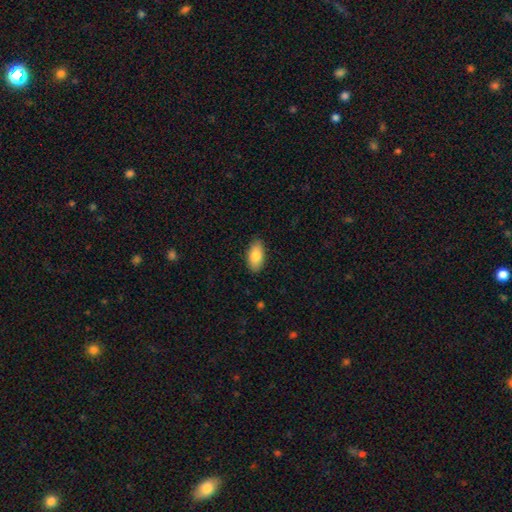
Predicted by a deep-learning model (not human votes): The model was most divided on "smooth or featured": smooth: 83%, featured or disk: 11%, star or artifact: 6%. More confident: how rounded — in between (92%); merging — none (87%).